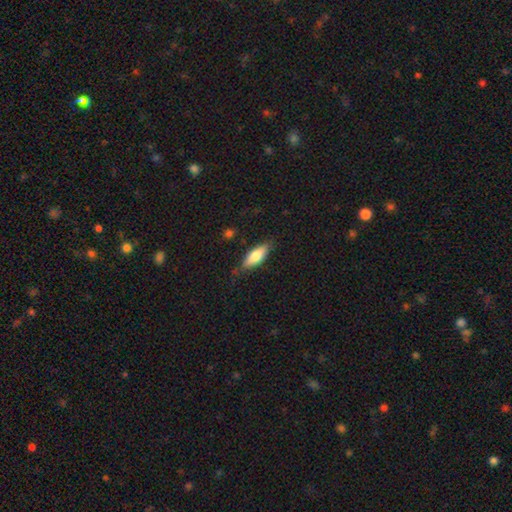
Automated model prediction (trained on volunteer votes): smooth_or_featured: smooth (p=0.71) [alt: featured or disk p=0.23]
how_rounded: in between (p=0.64) [alt: cigar-shaped p=0.34]
merging: none (p=0.77) [alt: minor disturbance p=0.18]